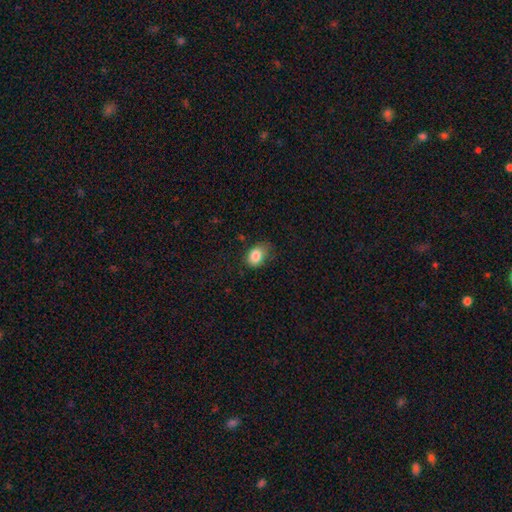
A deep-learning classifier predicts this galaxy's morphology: Q: Smooth or featured?
A: smooth (85%); runner-up: star or artifact (9%)
Q: How rounded?
A: in between (72%); runner-up: round (27%)
Q: Merging?
A: none (60%); runner-up: minor disturbance (30%)